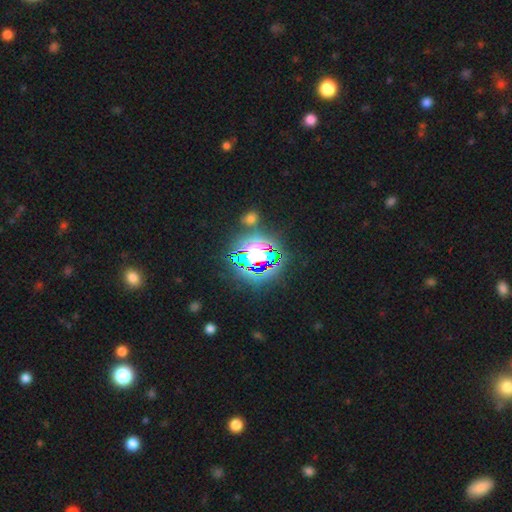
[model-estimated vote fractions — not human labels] smooth_or_featured: star or artifact (p=0.72) [alt: smooth p=0.15]